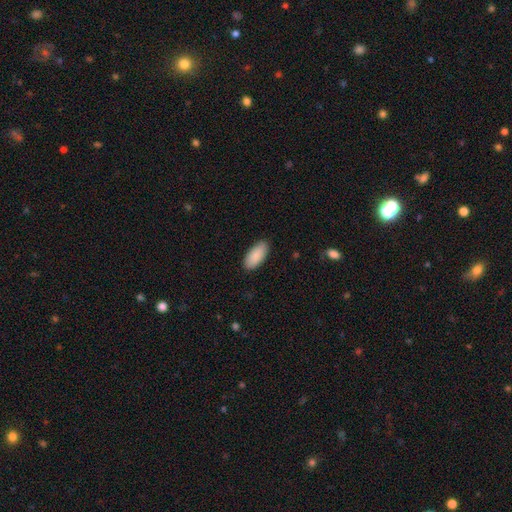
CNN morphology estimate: type=smooth (90%); roundness=in between (91%); merging=none (88%).